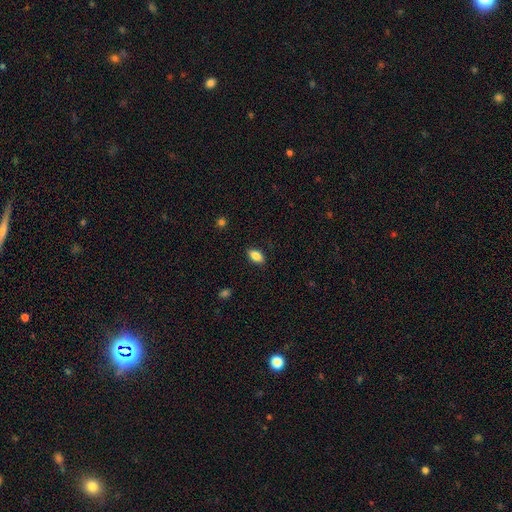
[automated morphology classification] A smooth galaxy with no disk features (84%) that is in between round and cigar-shaped (90%). Merging: none (87%).